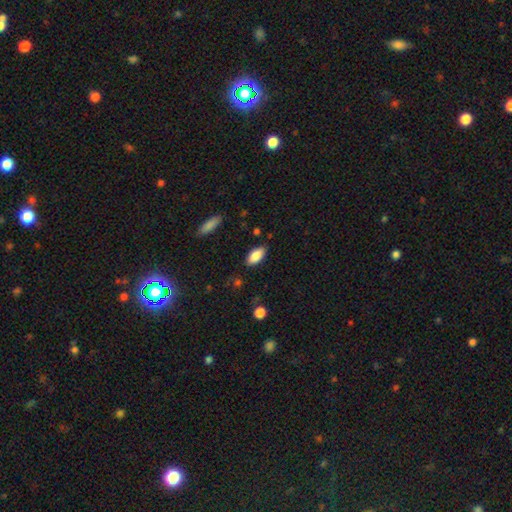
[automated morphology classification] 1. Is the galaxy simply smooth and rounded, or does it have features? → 86% smooth, 8% featured or disk, 7% star or artifact.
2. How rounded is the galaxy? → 91% in between, 7% cigar-shaped, 2% round.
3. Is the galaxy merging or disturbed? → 85% none, 11% minor disturbance, 2% major disturbance, 2% merger.